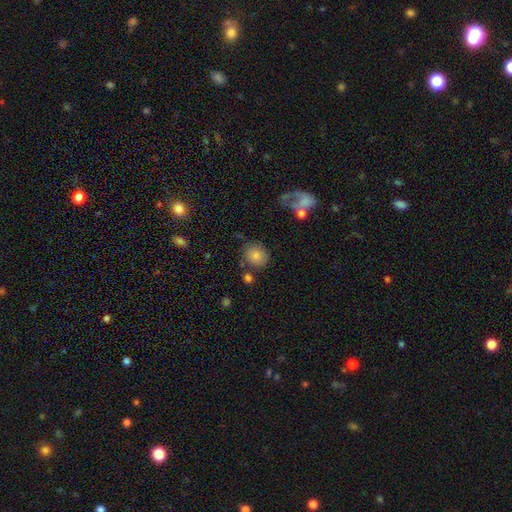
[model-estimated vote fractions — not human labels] smooth 82%, star or artifact 10%, featured or disk 8%. Down the decision tree: how rounded — round (80%); merging — none (77%).